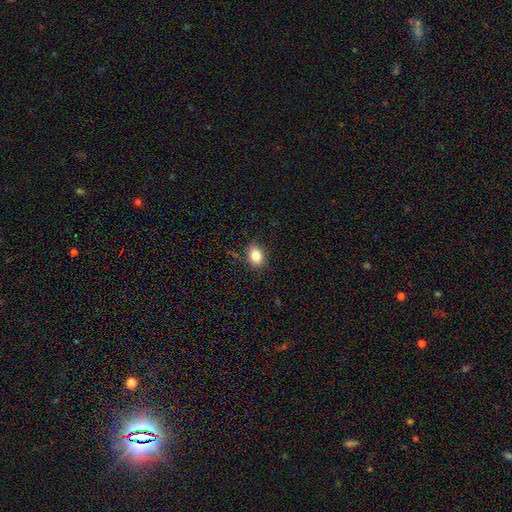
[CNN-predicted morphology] Smooth or featured?
  - smooth: 81% *
  - star or artifact: 10%
  - featured or disk: 9%
How rounded?
  - in between: 66% *
  - round: 32%
  - cigar-shaped: 1%
Merging?
  - none: 83% *
  - minor disturbance: 13%
  - major disturbance: 3%
  - merger: 1%